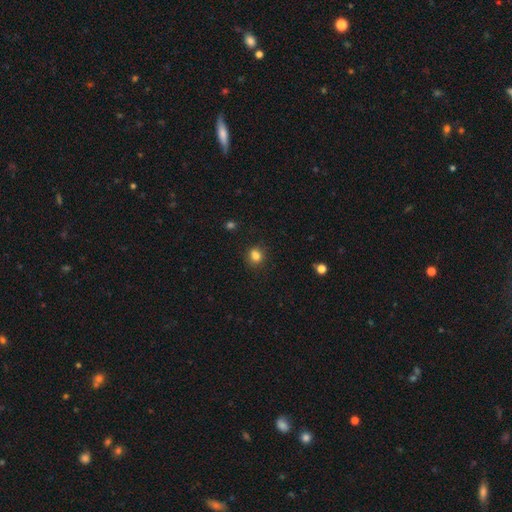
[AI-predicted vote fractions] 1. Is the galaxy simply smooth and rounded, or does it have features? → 82% smooth, 12% star or artifact, 6% featured or disk.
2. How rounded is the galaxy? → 71% round, 28% in between, 1% cigar-shaped.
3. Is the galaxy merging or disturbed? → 83% none, 11% minor disturbance, 3% major disturbance, 3% merger.